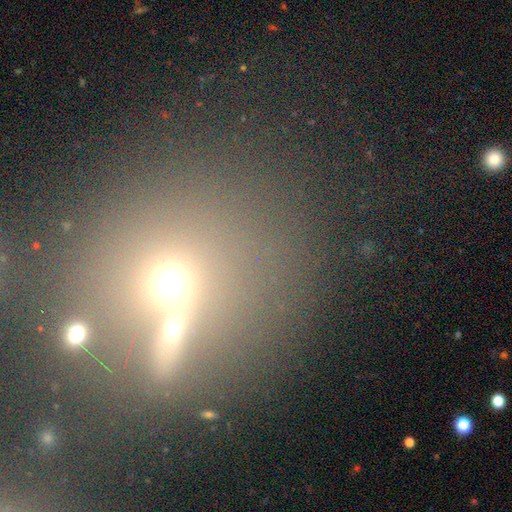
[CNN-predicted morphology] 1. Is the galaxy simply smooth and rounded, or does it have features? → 48% smooth, 34% star or artifact, 17% featured or disk.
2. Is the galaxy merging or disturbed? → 51% none, 30% merger, 10% minor disturbance, 8% major disturbance.